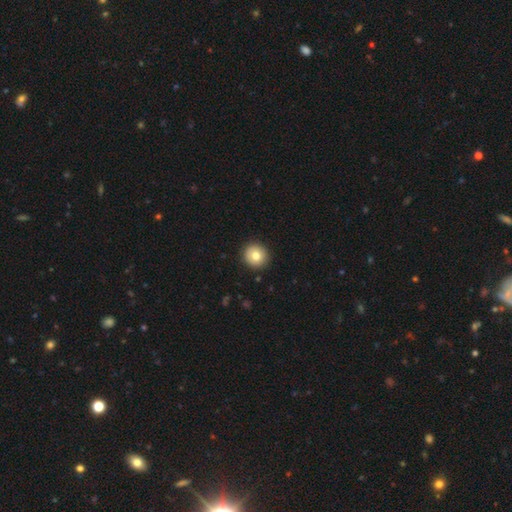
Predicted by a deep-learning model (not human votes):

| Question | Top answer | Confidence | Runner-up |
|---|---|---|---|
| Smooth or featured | smooth | 78% | featured or disk (13%) |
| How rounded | round | 94% | in between (5%) |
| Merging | none | 92% | minor disturbance (5%) |